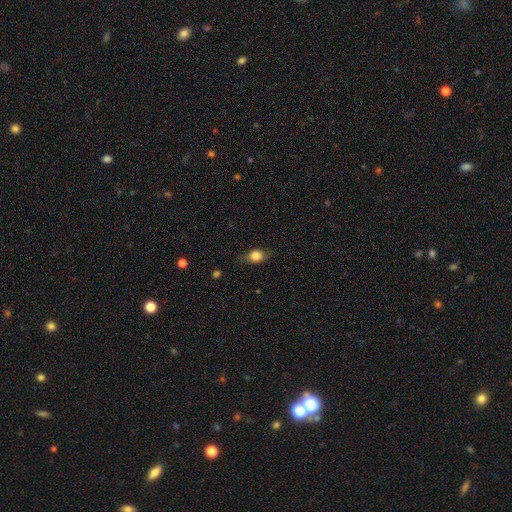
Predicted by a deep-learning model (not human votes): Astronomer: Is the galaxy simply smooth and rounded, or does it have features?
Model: smooth — 76%.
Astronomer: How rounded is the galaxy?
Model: in between — 66%.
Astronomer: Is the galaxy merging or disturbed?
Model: none — 73%.